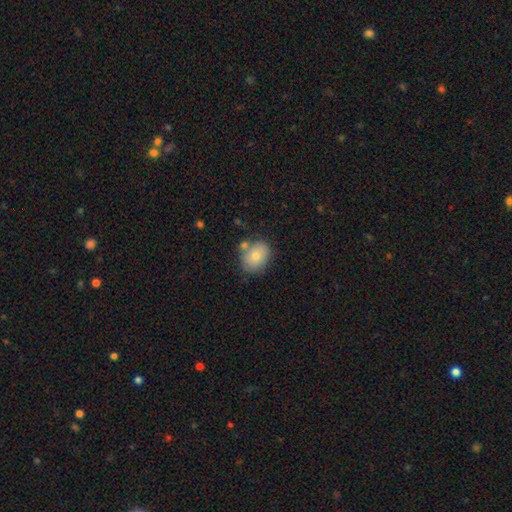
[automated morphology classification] smooth 77%, featured or disk 15%, star or artifact 8%. Down the decision tree: how rounded — in between (54%); merging — none (67%).